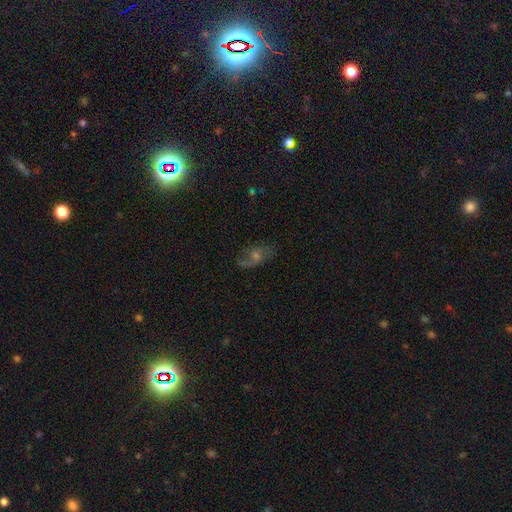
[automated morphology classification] Smooth or featured: featured or disk — 53% (star or artifact — 24%)
Edge-on disk: no — 90% (yes — 10%)
Merging: none — 66% (minor disturbance — 19%)